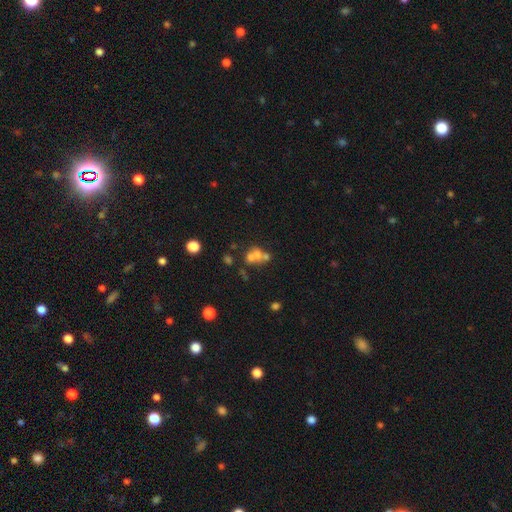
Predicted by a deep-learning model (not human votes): smooth-or-featured: smooth: 53% | featured or disk: 29% | star or artifact: 18%
  how-rounded: round: 64% | in between: 35% | cigar-shaped: 1%
  merging: merger: 58% | none: 28% | minor disturbance: 8% | major disturbance: 6%